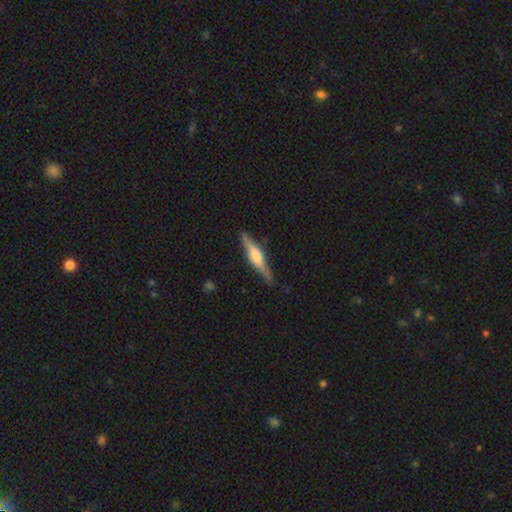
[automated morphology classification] smooth-or-featured: featured or disk: 66% | smooth: 28% | star or artifact: 5%
  disk-edge-on: yes: 97% | no: 3%
    edge-on-bulge: rounded: 77% | boxy: 18% | none: 5%
  merging: none: 87% | minor disturbance: 10% | major disturbance: 2% | merger: 1%